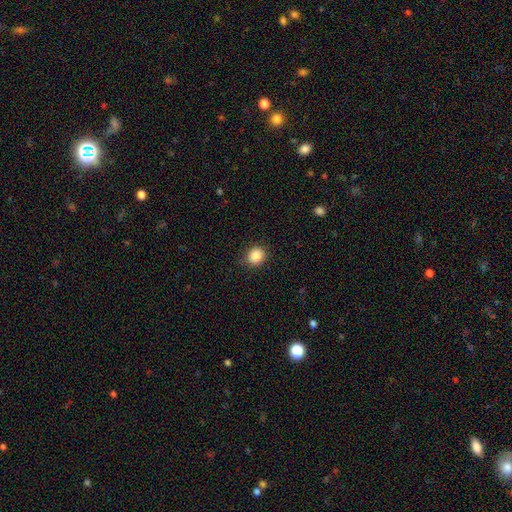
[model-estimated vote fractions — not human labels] smooth 88%, star or artifact 9%, featured or disk 3%. Down the decision tree: how rounded — round (77%); merging — none (83%).